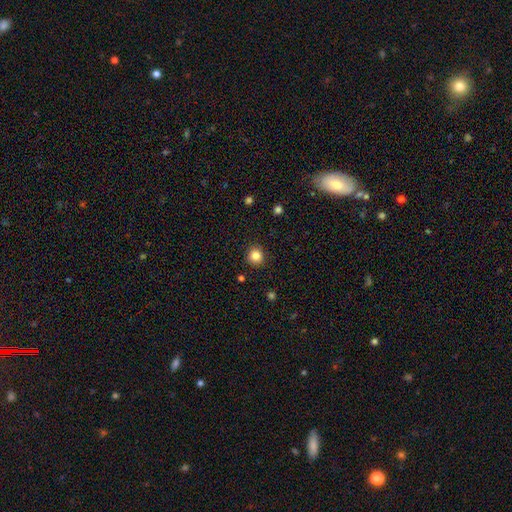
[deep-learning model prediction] Smooth or featured?
  - smooth: 83% *
  - star or artifact: 11%
  - featured or disk: 5%
How rounded?
  - round: 91% *
  - in between: 8%
  - cigar-shaped: 1%
Merging?
  - none: 90% *
  - minor disturbance: 7%
  - major disturbance: 2%
  - merger: 1%